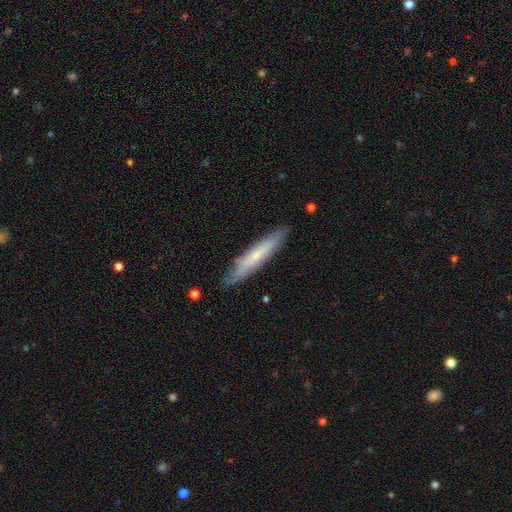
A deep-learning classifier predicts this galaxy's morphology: smooth_or_featured: smooth (p=0.54) [alt: featured or disk p=0.40]
how_rounded: cigar-shaped (p=0.91) [alt: in between p=0.08]
merging: none (p=0.83) [alt: minor disturbance p=0.13]